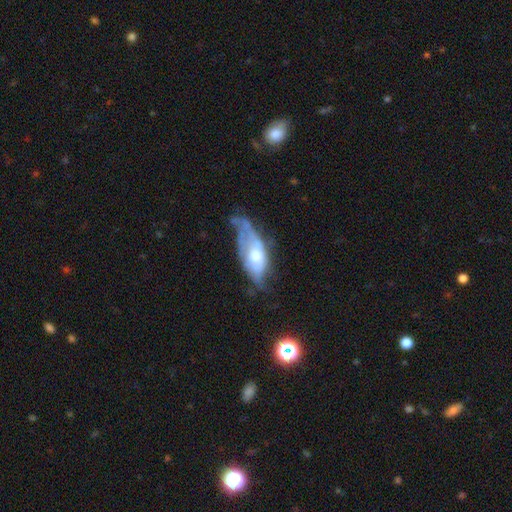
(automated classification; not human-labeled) Smooth or featured?
  - featured or disk: 60% *
  - smooth: 33%
  - star or artifact: 7%
Edge-on disk?
  - no: 81% *
  - yes: 19%
Merging?
  - major disturbance: 40% *
  - minor disturbance: 30%
  - none: 23%
  - merger: 7%